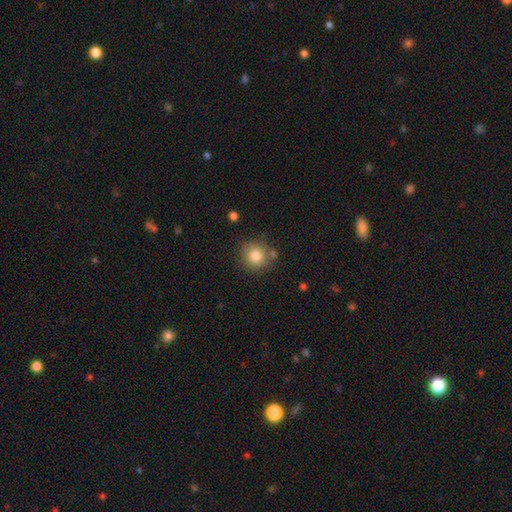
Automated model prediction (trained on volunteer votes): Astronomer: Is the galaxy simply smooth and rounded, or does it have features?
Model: smooth — 82%.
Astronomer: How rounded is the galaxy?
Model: round — 90%.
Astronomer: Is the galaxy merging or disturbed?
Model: none — 76%.